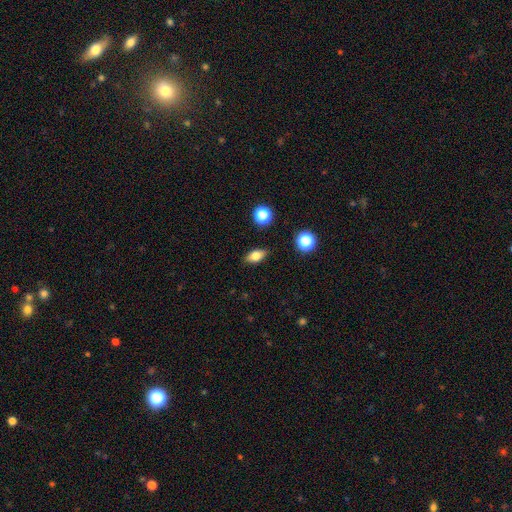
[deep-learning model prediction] smooth 75%, featured or disk 15%, star or artifact 10%. Down the decision tree: how rounded — in between (79%); merging — none (86%).